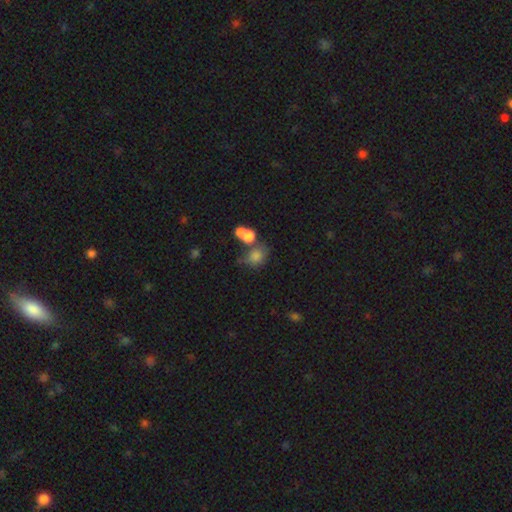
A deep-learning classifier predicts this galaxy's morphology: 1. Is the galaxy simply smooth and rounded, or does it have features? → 73% smooth, 15% featured or disk, 12% star or artifact.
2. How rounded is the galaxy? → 52% round, 47% in between, 1% cigar-shaped.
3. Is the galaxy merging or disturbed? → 46% merger, 31% none, 12% minor disturbance, 11% major disturbance.